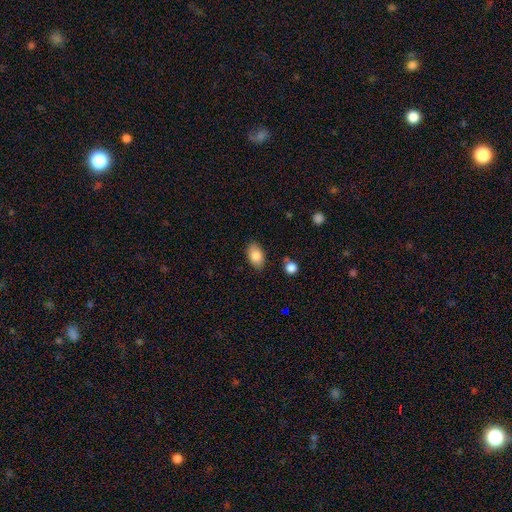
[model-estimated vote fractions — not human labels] smooth_or_featured: smooth (p=0.86) [alt: star or artifact p=0.07]
how_rounded: in between (p=0.91) [alt: round p=0.08]
merging: none (p=0.81) [alt: minor disturbance p=0.13]